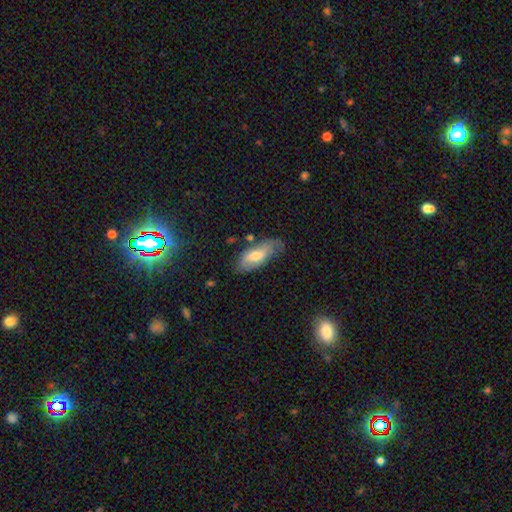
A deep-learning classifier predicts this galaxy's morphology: smooth 60%, featured or disk 32%, star or artifact 8%. Down the decision tree: how rounded — in between (81%); merging — none (54%).